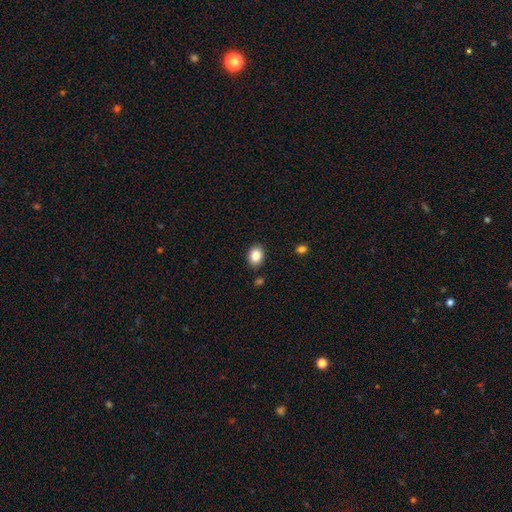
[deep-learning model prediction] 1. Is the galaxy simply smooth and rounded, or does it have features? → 86% smooth, 9% star or artifact, 5% featured or disk.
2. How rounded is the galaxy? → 55% in between, 45% round, 1% cigar-shaped.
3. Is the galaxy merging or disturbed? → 87% none, 8% minor disturbance, 2% merger, 2% major disturbance.